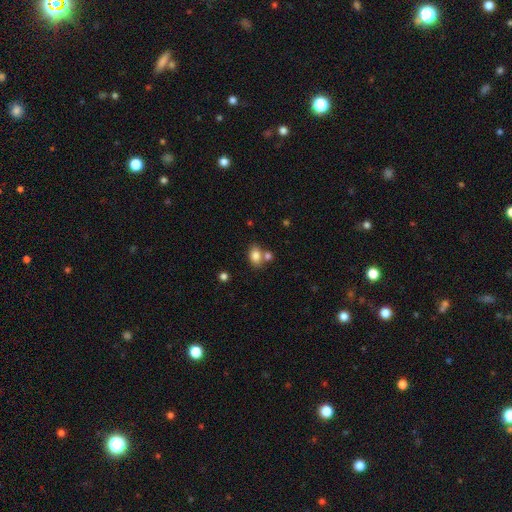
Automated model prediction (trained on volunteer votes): Morphology: type=smooth (83%); roundness=in between (77%); merging=none (58%).